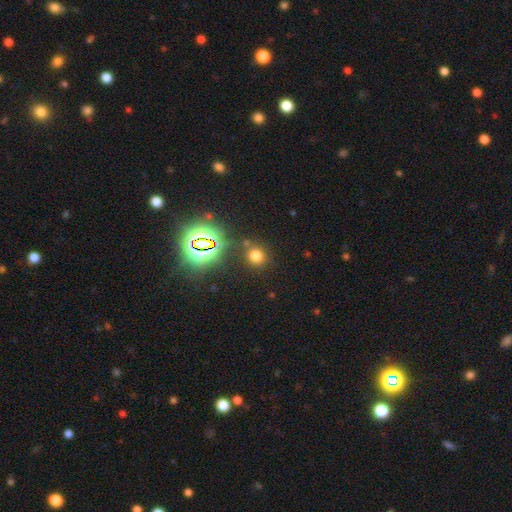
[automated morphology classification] A smooth galaxy with no disk features (66%) that is round (87%).

Vote fractions:
- Smooth or featured? smooth: 66% / star or artifact: 27% / featured or disk: 7%
- How rounded? round: 87% / in between: 12% / cigar-shaped: 1%
- Merging? none: 80% / minor disturbance: 9% / merger: 7% / major disturbance: 4%